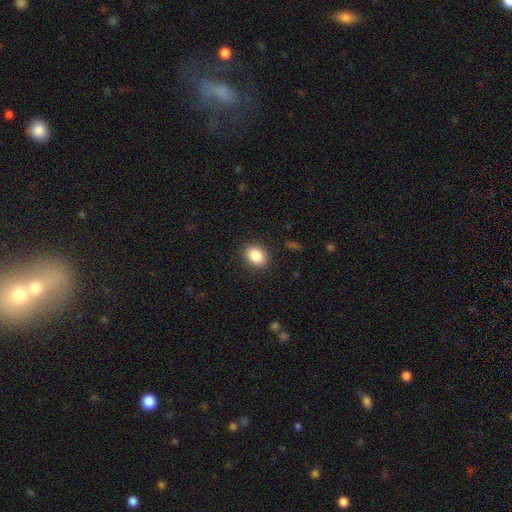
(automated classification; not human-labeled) Smooth or featured: smooth — 88% (star or artifact — 8%)
How rounded: in between — 64% (round — 35%)
Merging: none — 90% (minor disturbance — 7%)